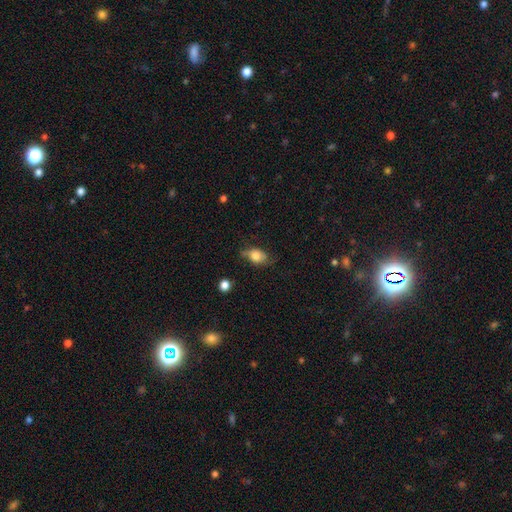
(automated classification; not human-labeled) This is likely a smooth galaxy (72%). How rounded: likely in between (79%). Merging: likely none (61%).